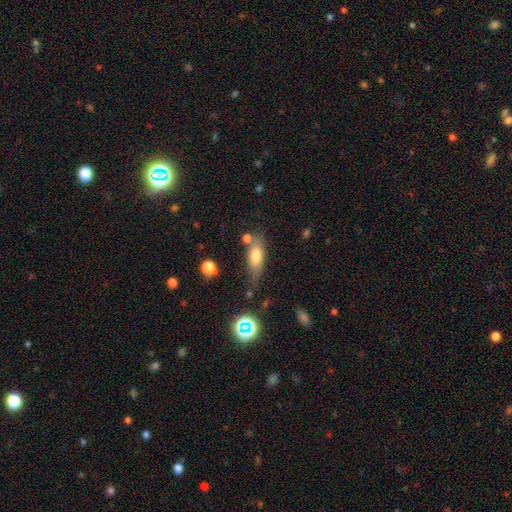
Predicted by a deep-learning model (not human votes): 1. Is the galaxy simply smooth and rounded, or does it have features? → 72% smooth, 18% featured or disk, 9% star or artifact.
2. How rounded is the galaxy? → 71% in between, 25% cigar-shaped, 4% round.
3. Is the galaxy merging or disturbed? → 60% none, 22% minor disturbance, 11% merger, 7% major disturbance.